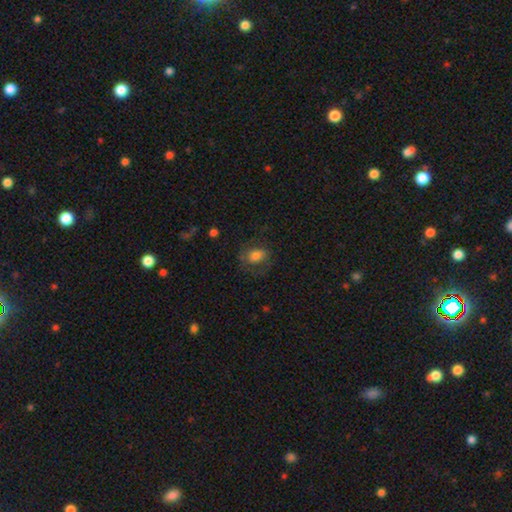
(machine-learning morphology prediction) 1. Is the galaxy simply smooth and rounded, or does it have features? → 69% smooth, 22% featured or disk, 9% star or artifact.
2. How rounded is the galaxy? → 59% in between, 39% round, 1% cigar-shaped.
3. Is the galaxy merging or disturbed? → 61% none, 21% minor disturbance, 16% major disturbance, 2% merger.